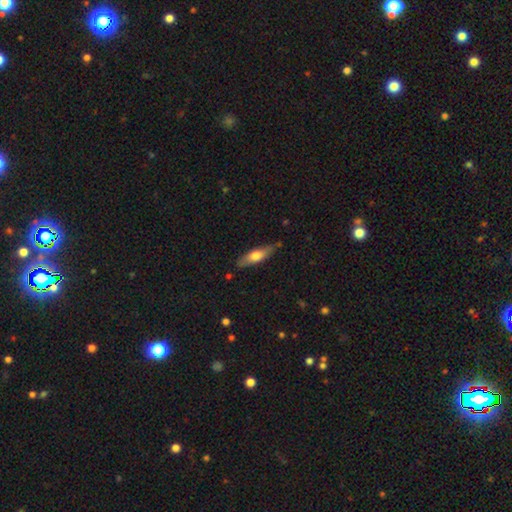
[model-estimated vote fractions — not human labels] Morphology: type=smooth (58%); roundness=cigar-shaped (58%); merging=none (79%).